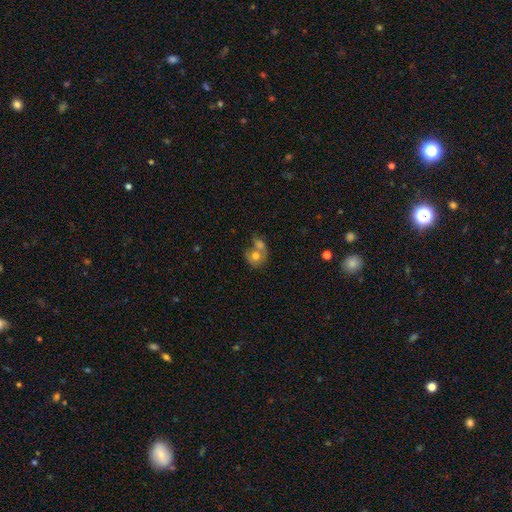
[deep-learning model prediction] This is likely a smooth galaxy (66%). How rounded: likely round (64%). Merging: likely merger (61%).